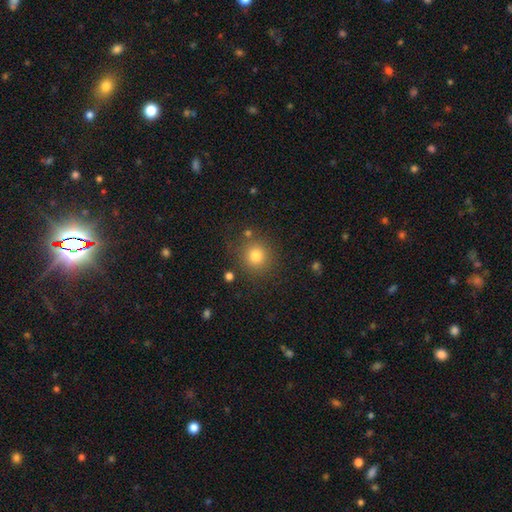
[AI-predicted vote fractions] smooth-or-featured: smooth: 80% | star or artifact: 14% | featured or disk: 7%
  how-rounded: round: 90% | in between: 9% | cigar-shaped: 1%
  merging: none: 82% | minor disturbance: 9% | merger: 4% | major disturbance: 4%